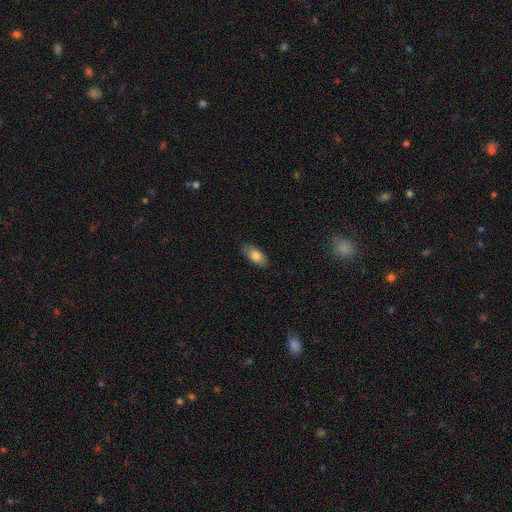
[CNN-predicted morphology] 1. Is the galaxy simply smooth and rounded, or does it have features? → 80% smooth, 14% featured or disk, 7% star or artifact.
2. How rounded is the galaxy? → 89% in between, 8% cigar-shaped, 3% round.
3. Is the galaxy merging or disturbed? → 85% none, 12% minor disturbance, 2% major disturbance, 1% merger.